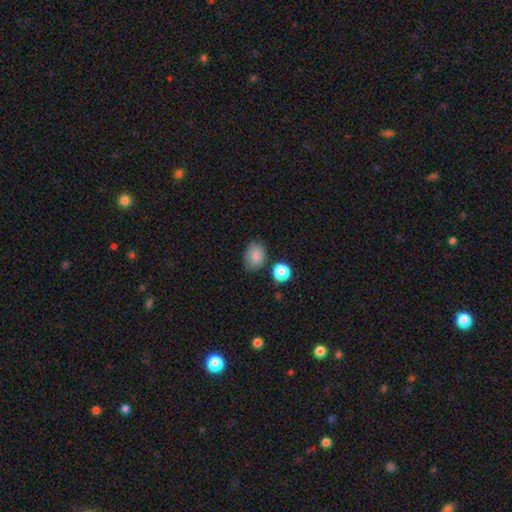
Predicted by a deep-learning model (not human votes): A smooth galaxy with no disk features (84%) that is in between round and cigar-shaped (66%).

Vote fractions:
- Smooth or featured? smooth: 84% / star or artifact: 9% / featured or disk: 6%
- How rounded? in between: 66% / round: 33% / cigar-shaped: 1%
- Merging? none: 67% / minor disturbance: 23% / major disturbance: 5% / merger: 5%